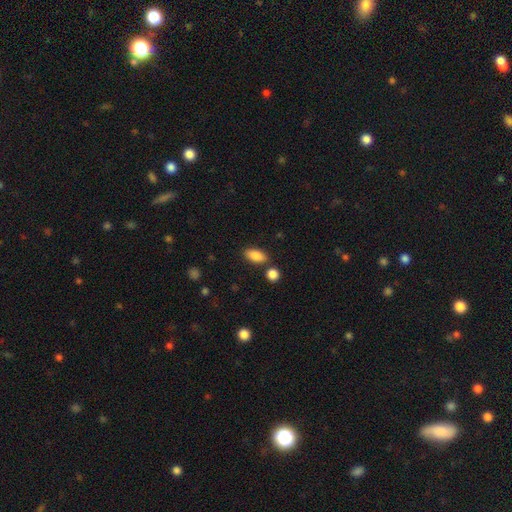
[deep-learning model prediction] This is clearly a smooth galaxy (87%). How rounded: clearly in between (89%). Merging: likely none (80%).